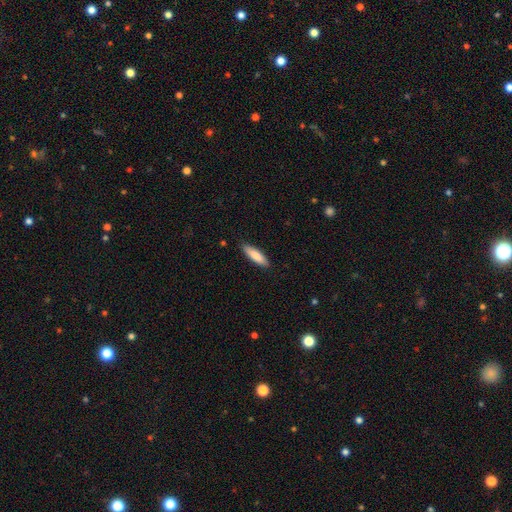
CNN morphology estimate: smooth_or_featured: smooth (p=0.85) [alt: featured or disk p=0.10]
how_rounded: cigar-shaped (p=0.64) [alt: in between p=0.35]
merging: none (p=0.87) [alt: minor disturbance p=0.10]